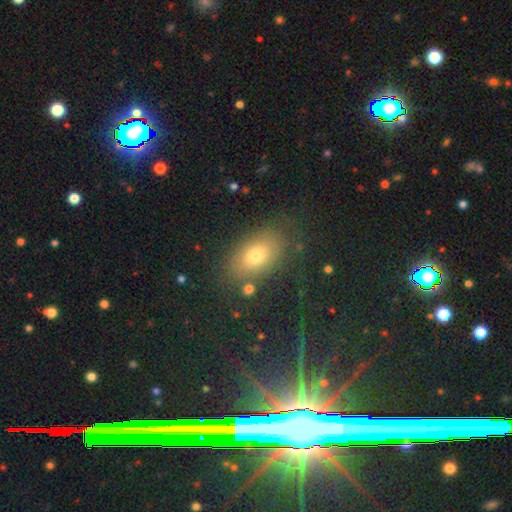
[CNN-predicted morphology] The model was most divided on "smooth or featured": smooth: 72%, featured or disk: 15%, star or artifact: 13%. More confident: how rounded — in between (85%); merging — none (79%).